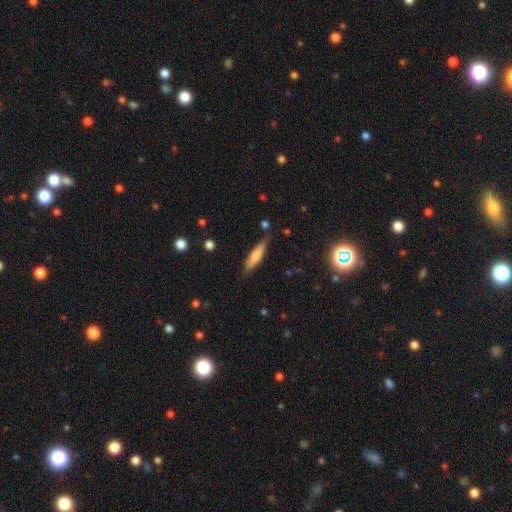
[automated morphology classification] Smooth or featured? Predicted: smooth (p=0.63). How rounded? Predicted: cigar-shaped (p=0.76). Merging? Predicted: none (p=0.79).